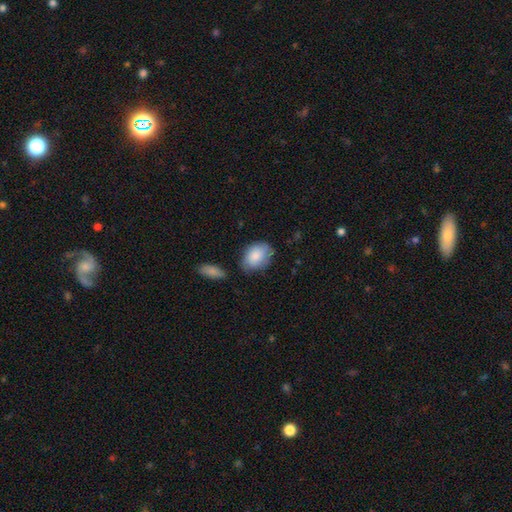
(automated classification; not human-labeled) Overall: smooth (83%). How rounded: in between (80%). Merging: none (65%; minor disturbance 25%).